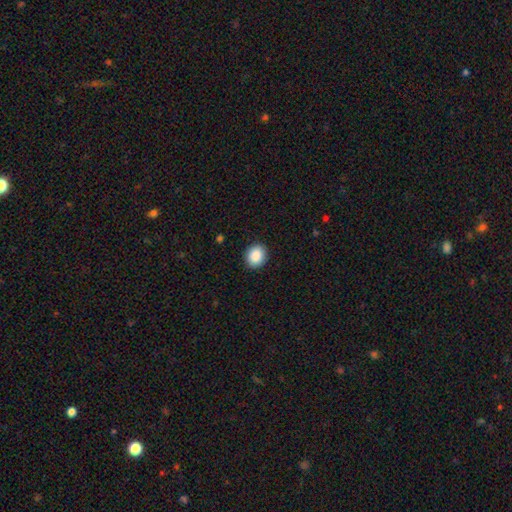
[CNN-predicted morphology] type=smooth (89%); roundness=round (67%); merging=none (91%).